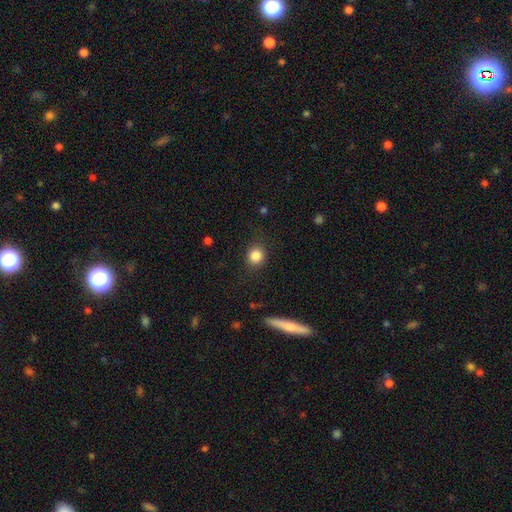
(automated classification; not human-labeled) Morphology: type=smooth (85%); roundness=round (80%); merging=none (86%).